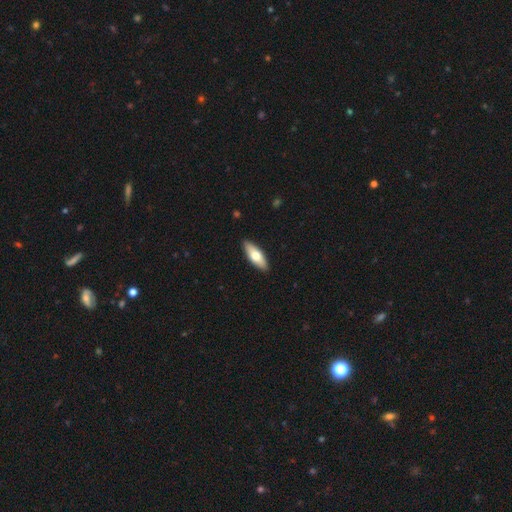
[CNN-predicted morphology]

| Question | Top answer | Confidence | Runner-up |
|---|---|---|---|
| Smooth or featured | smooth | 66% | featured or disk (29%) |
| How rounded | in between | 65% | cigar-shaped (33%) |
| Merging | none | 90% | minor disturbance (8%) |